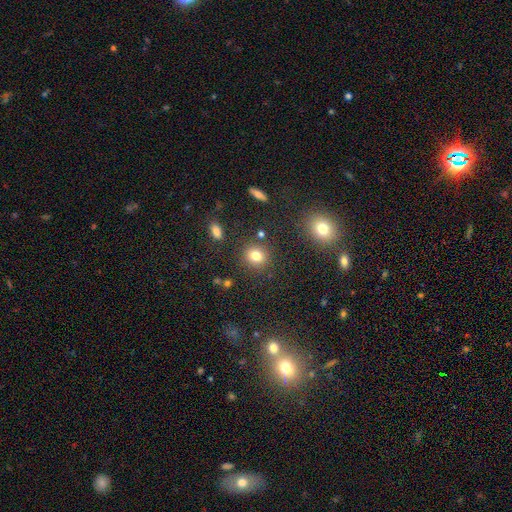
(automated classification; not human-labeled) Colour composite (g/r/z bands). It shows a smooth galaxy with no disk features (78%) that is round (81%). Merging: none (84%).